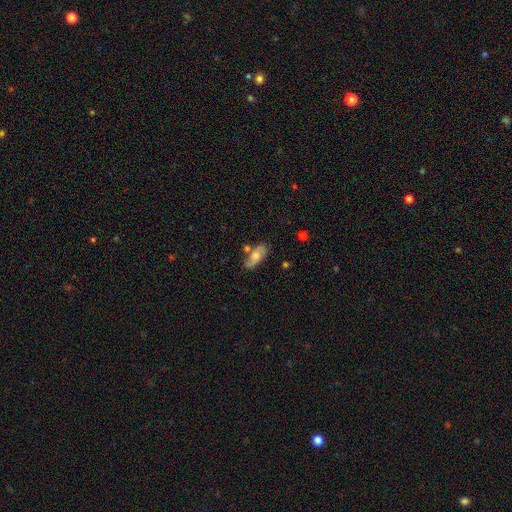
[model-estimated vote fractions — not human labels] Smooth or featured? smooth (55%)
How rounded? in between (82%)
Merging? none (58%)